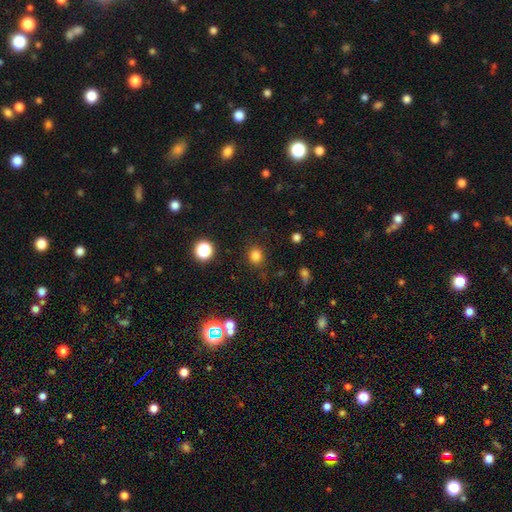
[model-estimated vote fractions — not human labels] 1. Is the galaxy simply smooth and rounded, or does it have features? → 80% smooth, 15% star or artifact, 4% featured or disk.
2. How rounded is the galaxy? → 82% round, 17% in between, 1% cigar-shaped.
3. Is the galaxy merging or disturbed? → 85% none, 10% minor disturbance, 3% major disturbance, 2% merger.